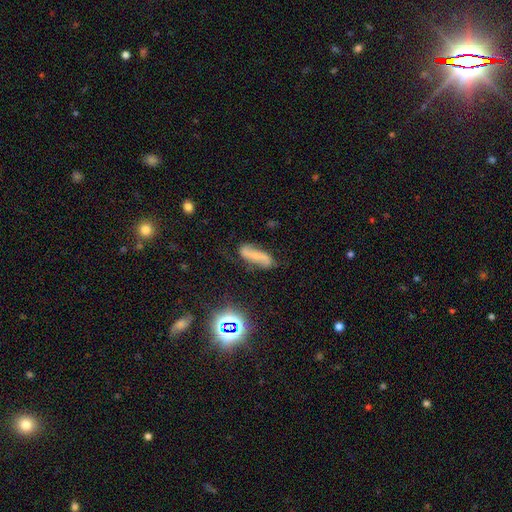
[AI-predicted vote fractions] This appears to be a featured or disk galaxy (54%). Merging: none (71%).